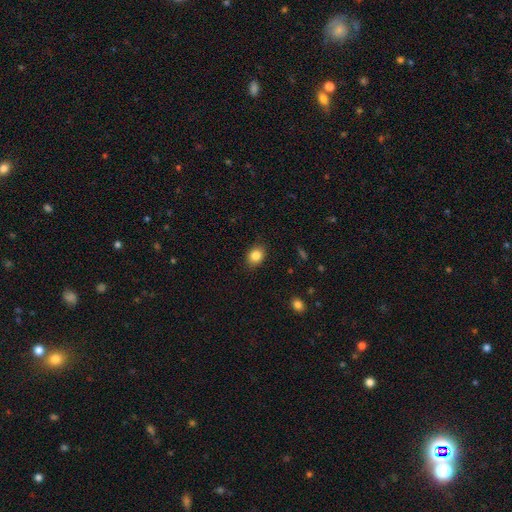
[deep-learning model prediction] Q: Smooth or featured?
A: smooth (84%); runner-up: star or artifact (9%)
Q: How rounded?
A: in between (60%); runner-up: round (39%)
Q: Merging?
A: none (87%); runner-up: minor disturbance (10%)